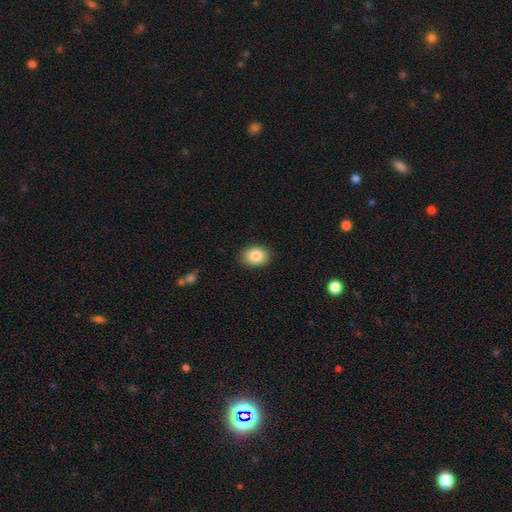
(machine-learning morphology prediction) A smooth galaxy with no disk features (85%) that is in between round and cigar-shaped (69%).

Vote fractions:
- Smooth or featured? smooth: 85% / star or artifact: 8% / featured or disk: 7%
- How rounded? in between: 69% / round: 30% / cigar-shaped: 1%
- Merging? none: 87% / minor disturbance: 10% / major disturbance: 2% / merger: 1%